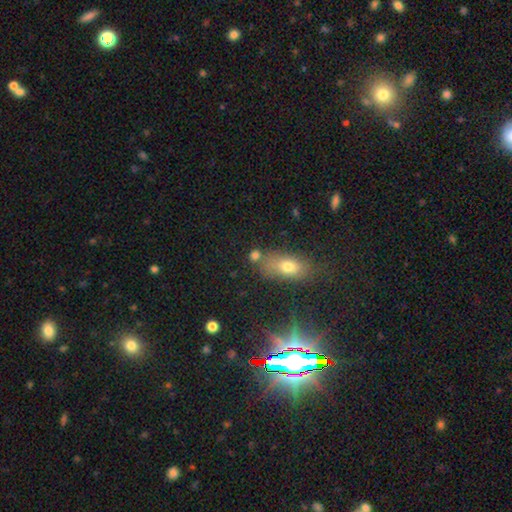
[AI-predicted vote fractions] Q: Smooth or featured?
A: star or artifact (46%); runner-up: smooth (39%)